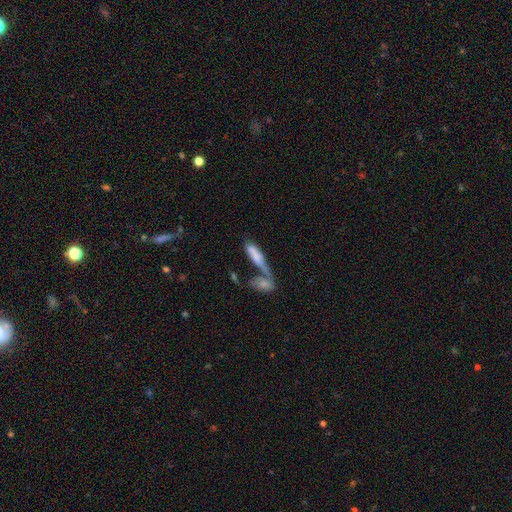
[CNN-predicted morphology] Q: Smooth or featured?
A: smooth (70%); runner-up: featured or disk (22%)
Q: How rounded?
A: cigar-shaped (52%); runner-up: in between (46%)
Q: Merging?
A: merger (54%); runner-up: none (25%)